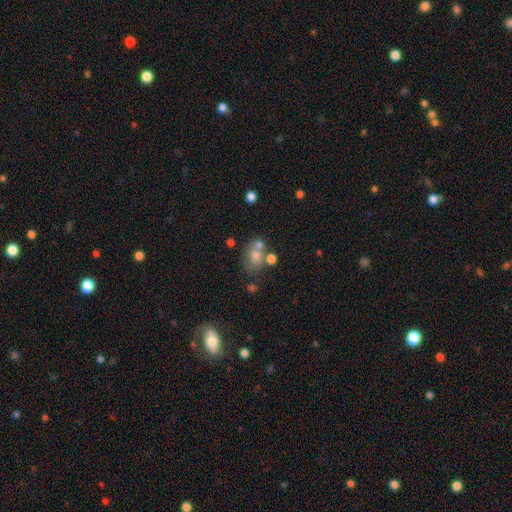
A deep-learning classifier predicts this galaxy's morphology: Smooth or featured: smooth — 65% (featured or disk — 19%)
How rounded: in between — 59% (round — 40%)
Merging: none — 52% (merger — 26%)